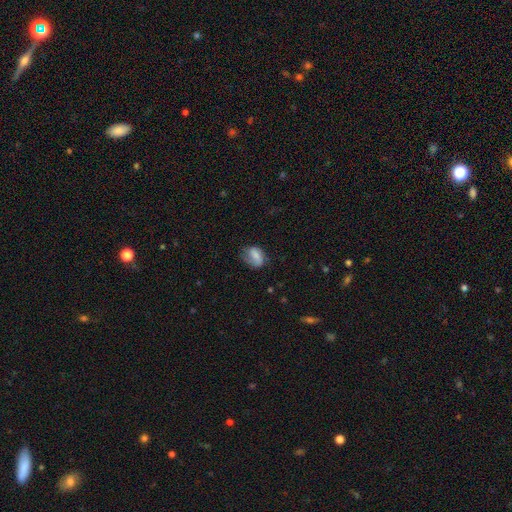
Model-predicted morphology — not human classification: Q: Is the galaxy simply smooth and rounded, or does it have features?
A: smooth — 65%.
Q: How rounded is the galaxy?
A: in between — 79%.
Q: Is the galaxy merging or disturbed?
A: none — 52%.